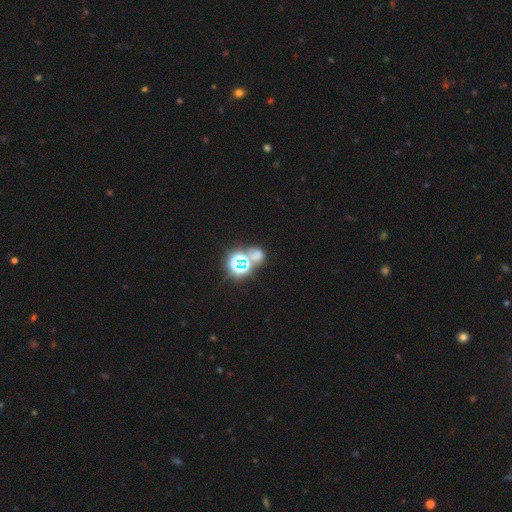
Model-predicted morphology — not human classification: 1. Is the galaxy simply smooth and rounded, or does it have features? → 52% star or artifact, 37% smooth, 10% featured or disk.